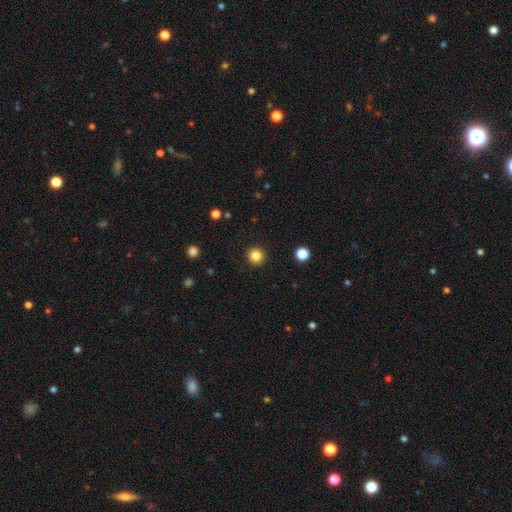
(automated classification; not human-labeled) The model was most divided on "smooth or featured": smooth: 84%, star or artifact: 11%, featured or disk: 5%. More confident: how rounded — round (95%); merging — none (93%).